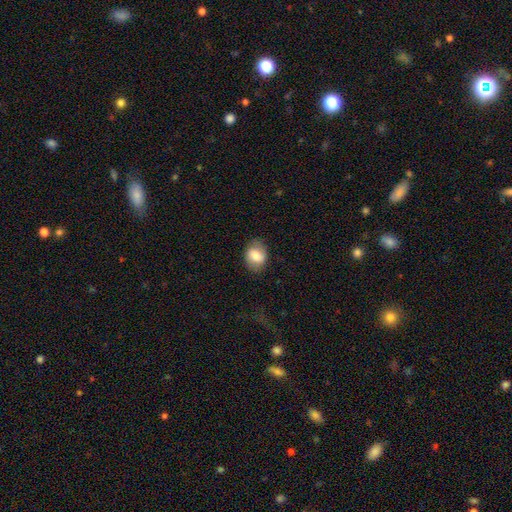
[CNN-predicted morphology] smooth 72%, featured or disk 20%, star or artifact 8%. Down the decision tree: how rounded — in between (63%); merging — none (79%).